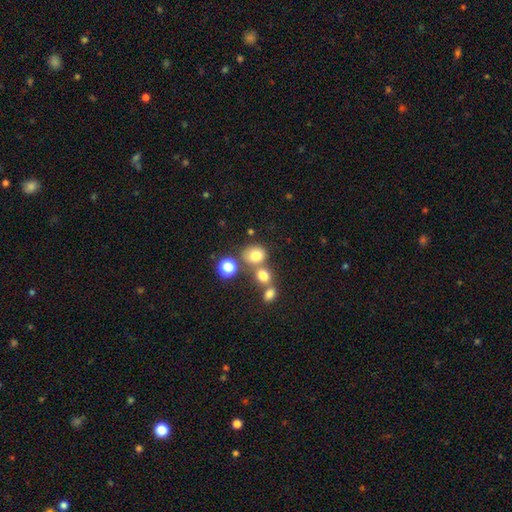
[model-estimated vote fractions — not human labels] Q: Smooth or featured?
A: smooth (74%); runner-up: star or artifact (15%)
Q: How rounded?
A: round (64%); runner-up: in between (35%)
Q: Merging?
A: none (55%); runner-up: merger (28%)